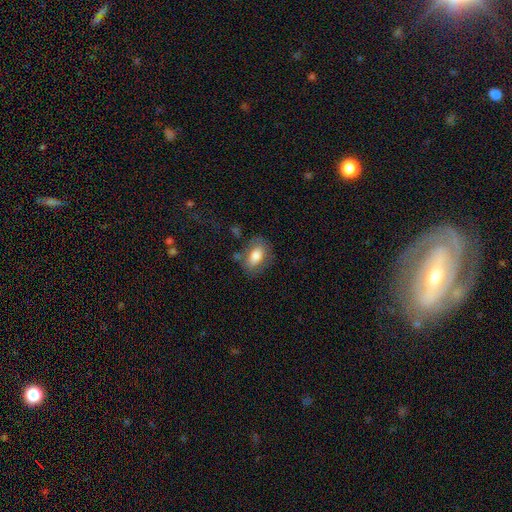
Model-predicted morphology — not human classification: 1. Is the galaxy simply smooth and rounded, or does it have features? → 74% smooth, 19% featured or disk, 7% star or artifact.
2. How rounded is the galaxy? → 88% in between, 9% round, 3% cigar-shaped.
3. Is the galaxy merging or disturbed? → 66% none, 20% minor disturbance, 9% major disturbance, 5% merger.